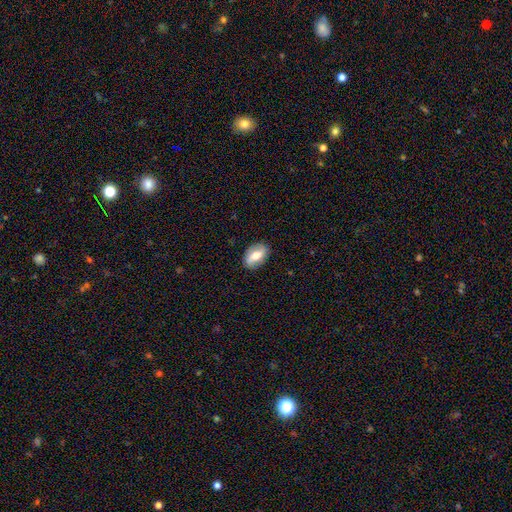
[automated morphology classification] type=smooth (48%); merging=none (86%).